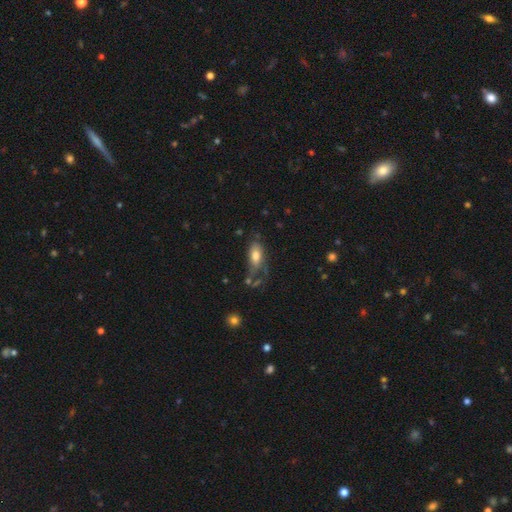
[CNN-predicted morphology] Smooth or featured?
  - smooth: 70% *
  - featured or disk: 22%
  - star or artifact: 8%
How rounded?
  - in between: 86% *
  - cigar-shaped: 10%
  - round: 4%
Merging?
  - none: 39% *
  - minor disturbance: 25%
  - major disturbance: 25%
  - merger: 11%